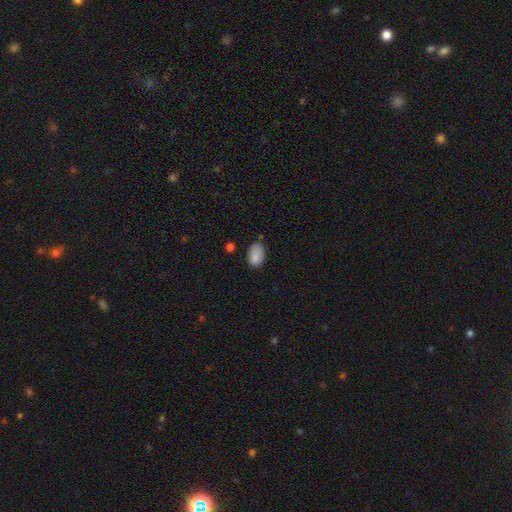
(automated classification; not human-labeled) smooth_or_featured: smooth (p=0.86) [alt: star or artifact p=0.08]
how_rounded: in between (p=0.89) [alt: round p=0.09]
merging: none (p=0.68) [alt: minor disturbance p=0.24]